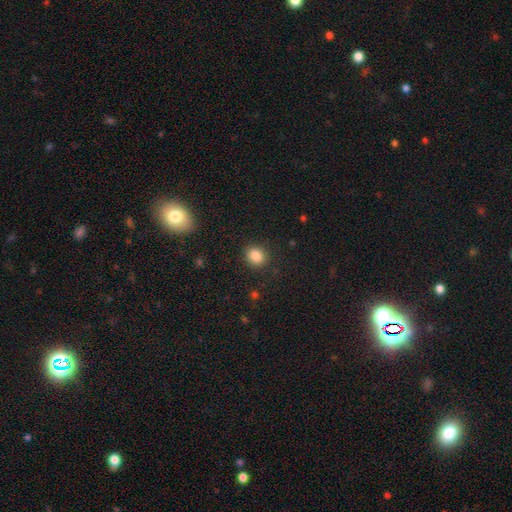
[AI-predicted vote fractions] smooth_or_featured: smooth (p=0.86) [alt: star or artifact p=0.10]
how_rounded: round (p=0.69) [alt: in between p=0.30]
merging: none (p=0.88) [alt: minor disturbance p=0.08]